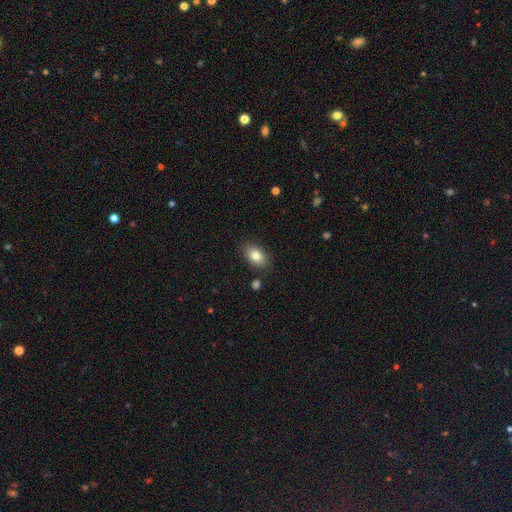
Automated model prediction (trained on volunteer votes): Overall: smooth (80%). How rounded: in between (87%). Merging: none (85%).